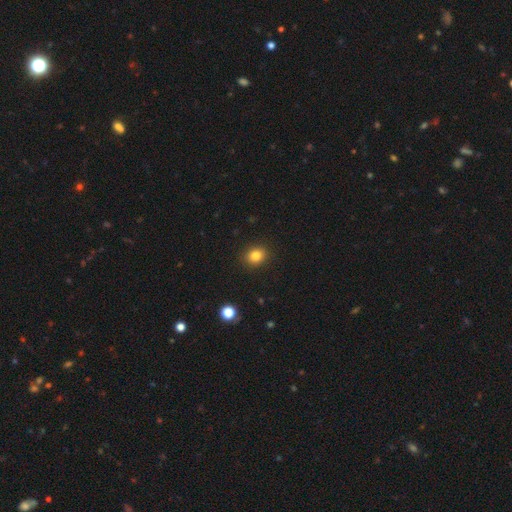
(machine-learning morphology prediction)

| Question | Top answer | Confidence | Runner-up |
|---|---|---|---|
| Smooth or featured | smooth | 82% | star or artifact (11%) |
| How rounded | round | 66% | in between (34%) |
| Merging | none | 90% | minor disturbance (7%) |